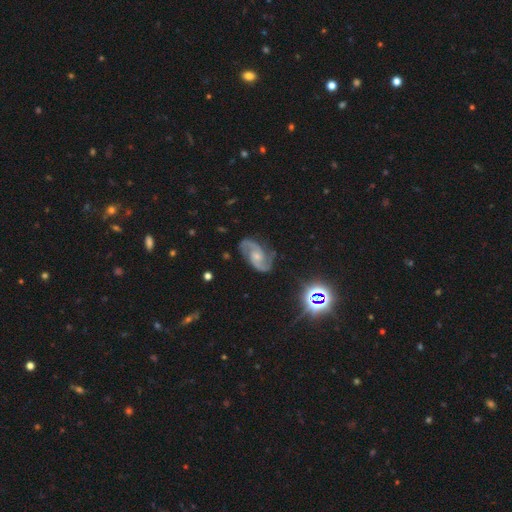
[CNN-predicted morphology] This is clearly a featured or disk galaxy (88%). It is clearly not viewed edge-on (97%). Bar: likely no (60%). Spiral arm pattern: clearly yes (98%). Spiral arm count: clearly 2 (92%). Spiral winding: possibly medium (56%). Central bulge: possibly small (53%). Merging: likely none (77%).